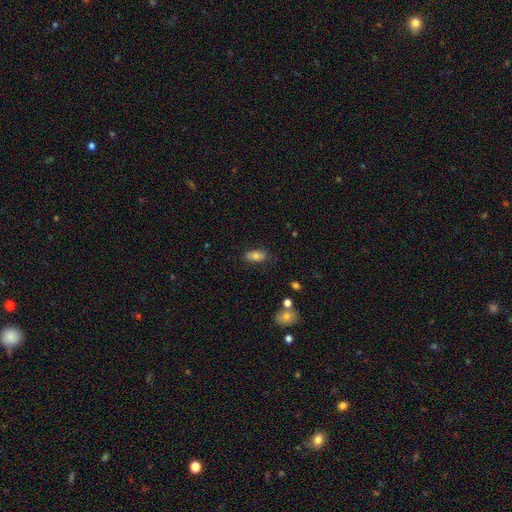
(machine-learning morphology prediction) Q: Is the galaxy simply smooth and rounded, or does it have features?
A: smooth — 77%.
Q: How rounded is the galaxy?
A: in between — 87%.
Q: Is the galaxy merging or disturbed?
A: none — 77%.